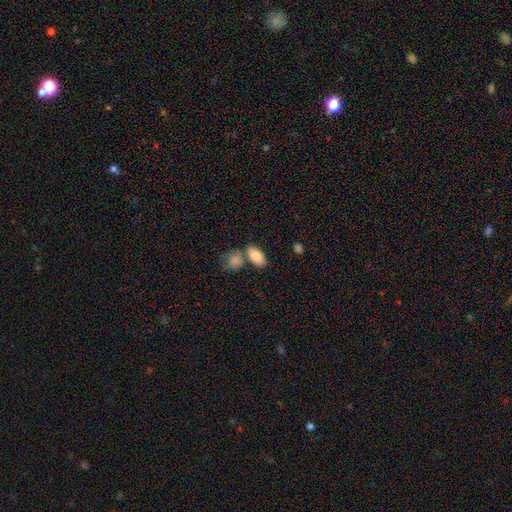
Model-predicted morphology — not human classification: Overall: smooth (83%). How rounded: in between (92%). Merging: none (58%; merger 24%).